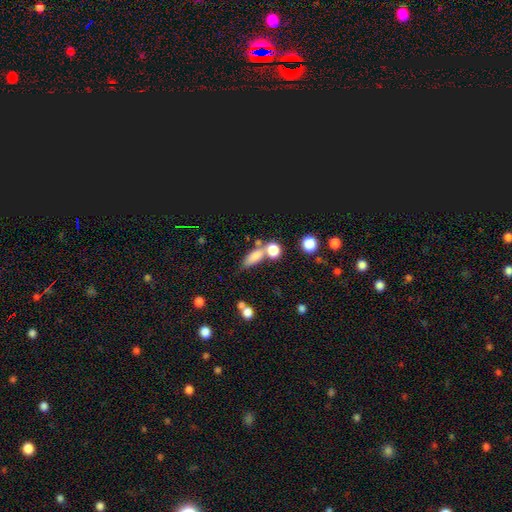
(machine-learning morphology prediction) Smooth or featured?
  - smooth: 76% *
  - star or artifact: 13%
  - featured or disk: 11%
How rounded?
  - in between: 65% *
  - cigar-shaped: 23%
  - round: 12%
Merging?
  - none: 49% *
  - merger: 33%
  - minor disturbance: 12%
  - major disturbance: 6%